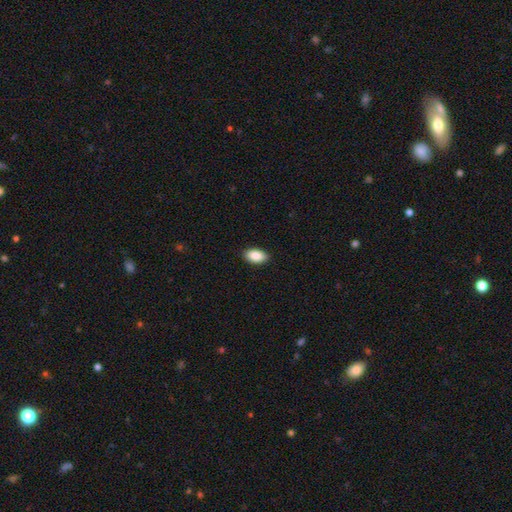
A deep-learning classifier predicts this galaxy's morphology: Smooth or featured? Predicted: smooth (p=0.88). How rounded? Predicted: in between (p=0.94). Merging? Predicted: none (p=0.90).